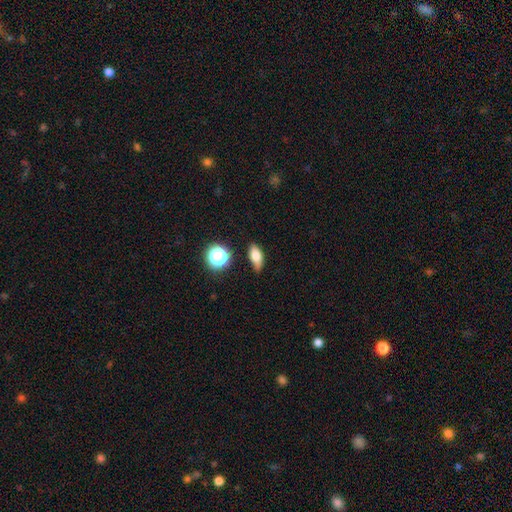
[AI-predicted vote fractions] smooth-or-featured: smooth: 72% | featured or disk: 18% | star or artifact: 11%
  how-rounded: in between: 74% | cigar-shaped: 15% | round: 11%
  merging: none: 73% | minor disturbance: 20% | major disturbance: 4% | merger: 3%